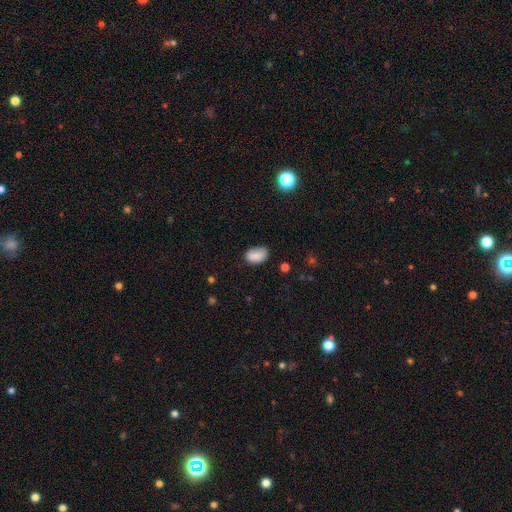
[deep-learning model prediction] Smooth or featured: smooth — 85% (star or artifact — 9%)
How rounded: in between — 87% (round — 12%)
Merging: none — 64% (minor disturbance — 27%)